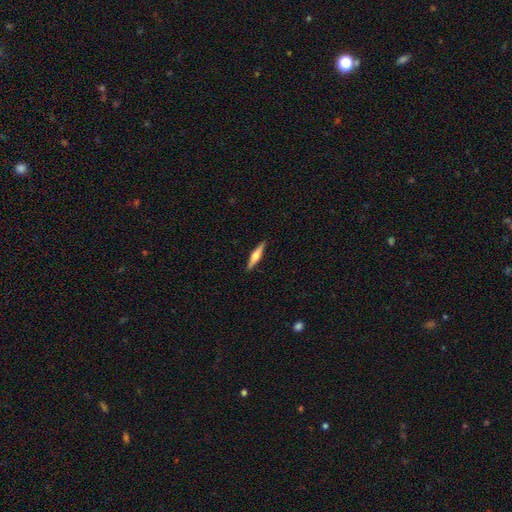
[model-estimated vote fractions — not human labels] Q: Smooth or featured?
A: featured or disk (54%); runner-up: smooth (40%)
Q: Edge-on disk?
A: yes (96%); runner-up: no (4%)
Q: Edge-on bulge?
A: rounded (88%); runner-up: boxy (8%)
Q: Merging?
A: none (91%); runner-up: minor disturbance (6%)